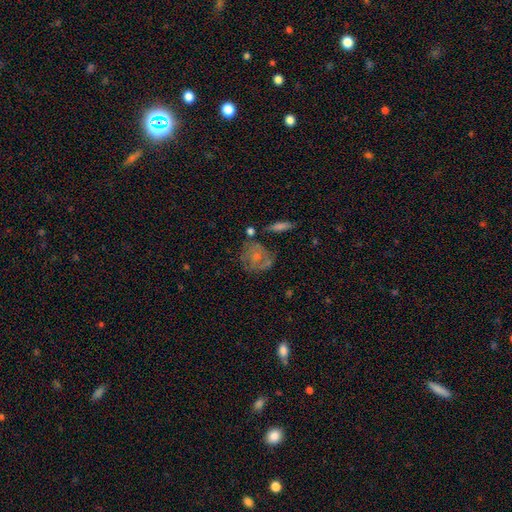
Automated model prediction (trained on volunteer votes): featured or disk 45% (tied), smooth 45% (tied), star or artifact 10%. Down the decision tree: merging — none (51%).